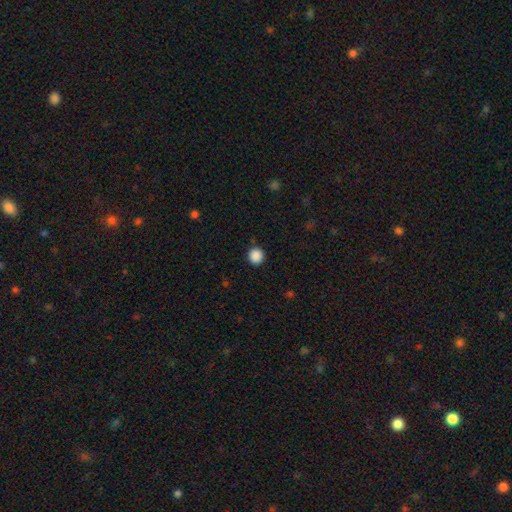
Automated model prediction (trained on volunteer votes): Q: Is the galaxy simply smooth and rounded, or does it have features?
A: smooth — 88%.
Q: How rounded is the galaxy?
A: round — 94%.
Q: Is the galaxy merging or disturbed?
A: none — 91%.